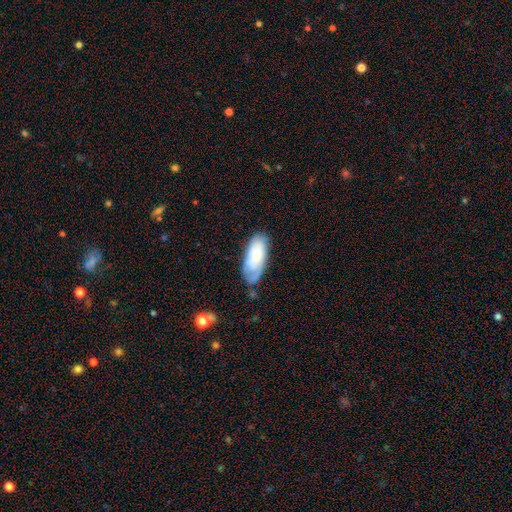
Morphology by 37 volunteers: type=smooth (51%); roundness=in between (74%); merging=none (54%).